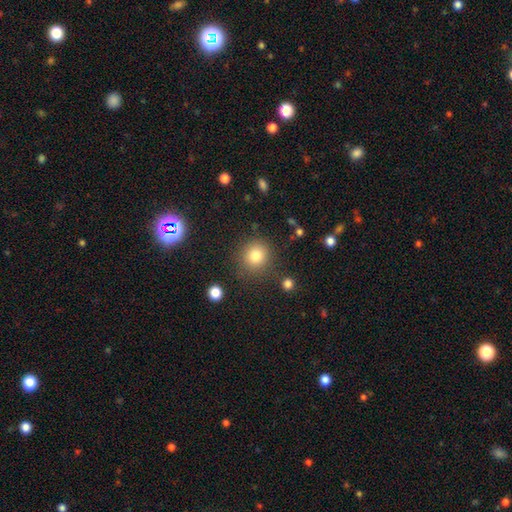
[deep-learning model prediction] The model was most divided on "smooth or featured": smooth: 81%, star or artifact: 12%, featured or disk: 7%. More confident: how rounded — round (87%); merging — none (83%).